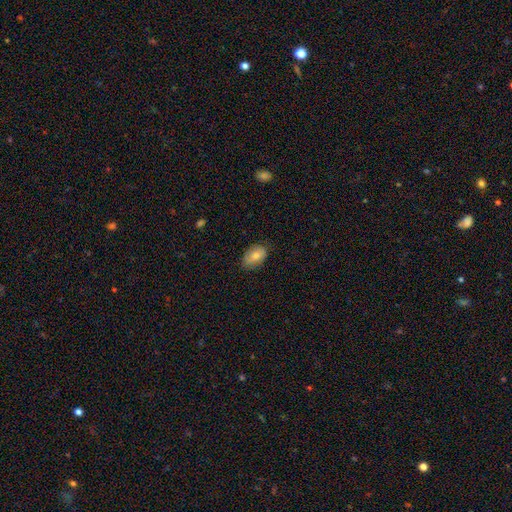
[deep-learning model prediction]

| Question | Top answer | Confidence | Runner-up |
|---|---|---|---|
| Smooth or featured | smooth | 77% | featured or disk (16%) |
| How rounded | in between | 89% | round (9%) |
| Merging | none | 76% | minor disturbance (20%) |